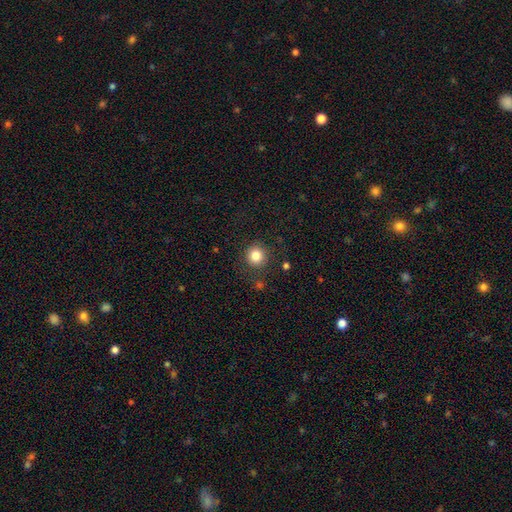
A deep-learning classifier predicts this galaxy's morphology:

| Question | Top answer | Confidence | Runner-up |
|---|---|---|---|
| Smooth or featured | smooth | 83% | star or artifact (11%) |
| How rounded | round | 93% | in between (6%) |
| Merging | none | 87% | minor disturbance (8%) |